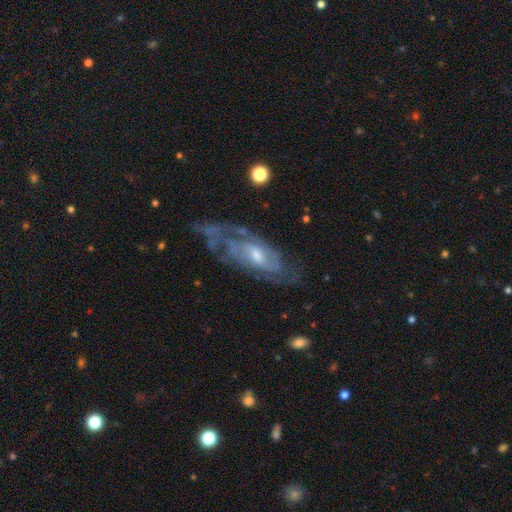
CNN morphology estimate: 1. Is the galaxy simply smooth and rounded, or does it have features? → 83% featured or disk, 10% smooth, 7% star or artifact.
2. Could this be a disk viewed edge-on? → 89% no, 11% yes.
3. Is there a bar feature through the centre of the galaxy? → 54% no, 38% weak, 8% strong.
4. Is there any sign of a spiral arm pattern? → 91% yes, 9% no.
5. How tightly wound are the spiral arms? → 53% tight, 36% medium, 11% loose.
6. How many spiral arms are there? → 41% can't tell, 35% 2, 11% 3, 5% 1, 5% 4, 3% more than 4.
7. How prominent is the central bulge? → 49% moderate, 44% small, 3% large, 3% none, 1% dominant.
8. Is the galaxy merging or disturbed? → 60% none, 22% minor disturbance, 15% major disturbance, 2% merger.